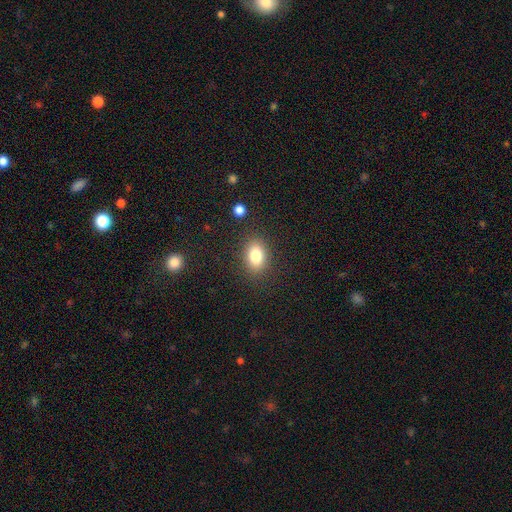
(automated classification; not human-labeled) Smooth or featured? smooth (81%)
How rounded? in between (79%)
Merging? none (85%)